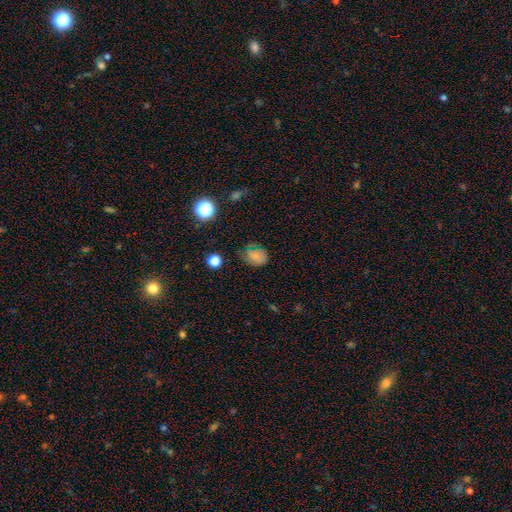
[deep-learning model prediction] smooth-or-featured: smooth: 70% | featured or disk: 16% | star or artifact: 14%
  how-rounded: in between: 51% | round: 48% | cigar-shaped: 1%
  merging: none: 57% | minor disturbance: 30% | major disturbance: 10% | merger: 2%